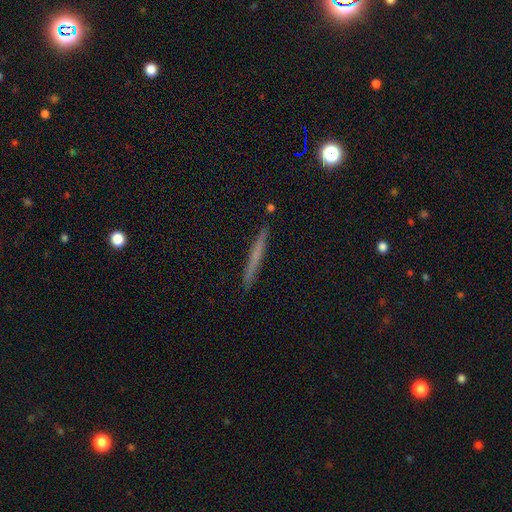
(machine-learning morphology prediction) smooth_or_featured: smooth (p=0.54) [alt: featured or disk p=0.38]
how_rounded: cigar-shaped (p=0.96) [alt: in between p=0.02]
merging: none (p=0.91) [alt: minor disturbance p=0.07]